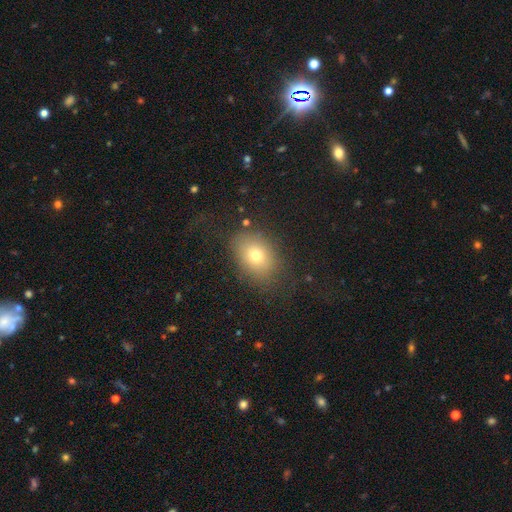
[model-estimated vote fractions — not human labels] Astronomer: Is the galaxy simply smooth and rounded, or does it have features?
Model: smooth — 73%.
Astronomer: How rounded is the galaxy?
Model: in between — 69%.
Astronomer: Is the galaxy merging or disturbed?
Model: none — 76%.